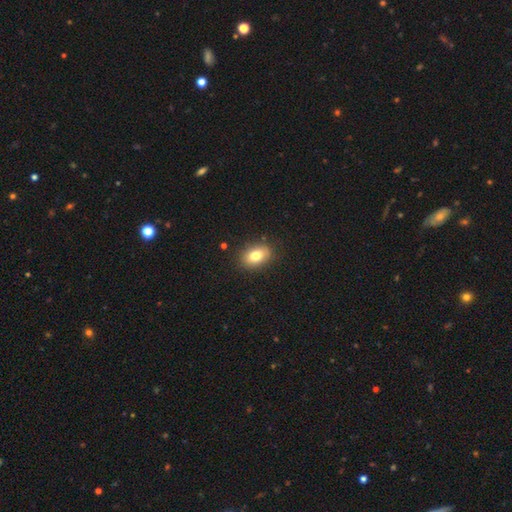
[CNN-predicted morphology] This is likely a smooth galaxy (79%). How rounded: clearly in between (80%). Merging: clearly none (86%).